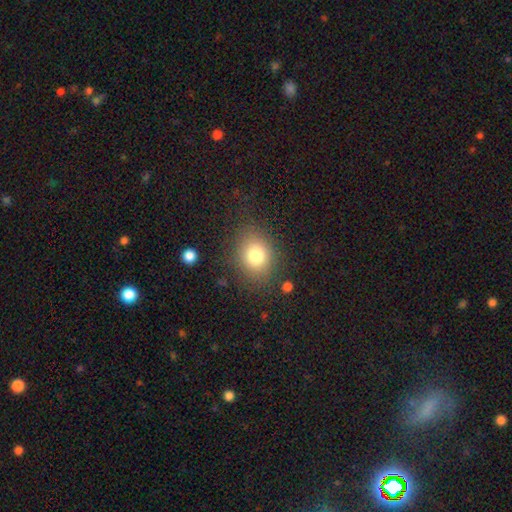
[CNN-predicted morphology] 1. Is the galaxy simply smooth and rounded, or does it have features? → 79% smooth, 11% star or artifact, 10% featured or disk.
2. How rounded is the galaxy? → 56% round, 43% in between, 1% cigar-shaped.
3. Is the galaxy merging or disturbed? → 81% none, 12% minor disturbance, 5% major disturbance, 2% merger.